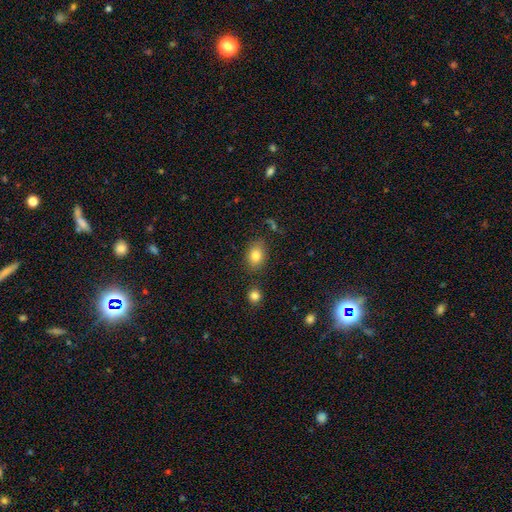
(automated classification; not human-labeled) smooth 82%, star or artifact 9%, featured or disk 9%. Down the decision tree: how rounded — in between (74%); merging — none (79%).